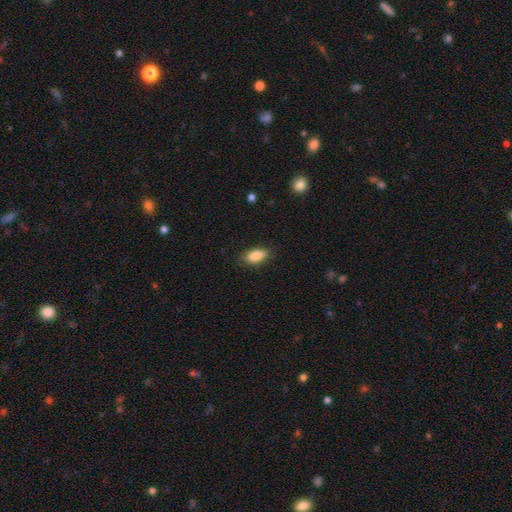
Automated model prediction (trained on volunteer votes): smooth_or_featured: smooth (p=0.88) [alt: star or artifact p=0.07]
how_rounded: in between (p=0.90) [alt: cigar-shaped p=0.07]
merging: none (p=0.86) [alt: minor disturbance p=0.10]